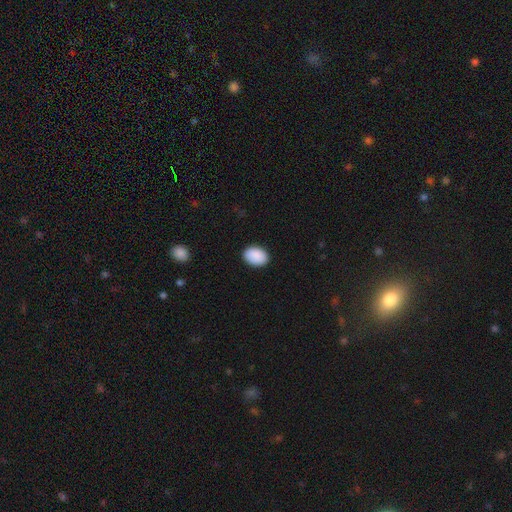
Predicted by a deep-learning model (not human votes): smooth-or-featured: smooth: 91% | star or artifact: 6% | featured or disk: 3%
  how-rounded: in between: 82% | round: 17% | cigar-shaped: 1%
  merging: none: 88% | minor disturbance: 9% | major disturbance: 2% | merger: 1%